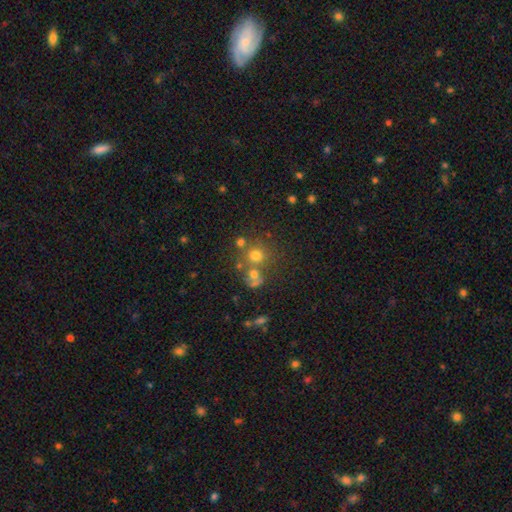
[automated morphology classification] Smooth or featured?
  - smooth: 67% *
  - star or artifact: 20%
  - featured or disk: 13%
How rounded?
  - round: 87% *
  - in between: 12%
  - cigar-shaped: 1%
Merging?
  - none: 59% *
  - merger: 27%
  - minor disturbance: 9%
  - major disturbance: 5%